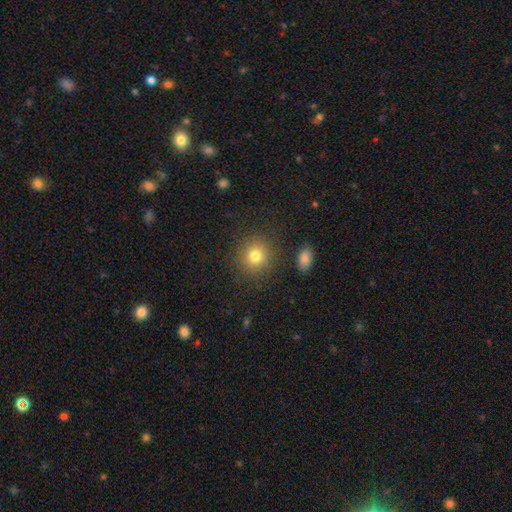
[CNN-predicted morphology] A smooth galaxy with no disk features (80%) that is round (86%).

Vote fractions:
- Smooth or featured? smooth: 80% / star or artifact: 12% / featured or disk: 8%
- How rounded? round: 86% / in between: 13% / cigar-shaped: 1%
- Merging? none: 86% / minor disturbance: 8% / major disturbance: 3% / merger: 2%